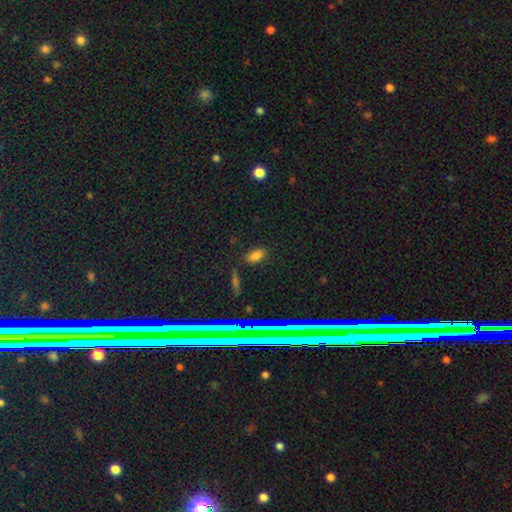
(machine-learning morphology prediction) A smooth galaxy with no disk features (75%) that is in between round and cigar-shaped (85%). Merging: none (83%).